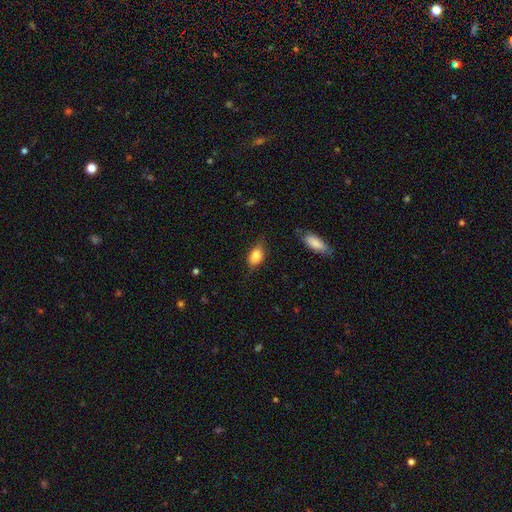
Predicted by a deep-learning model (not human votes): The model was most divided on "merging": none: 64%, minor disturbance: 27%, major disturbance: 7%, merger: 2%. More confident: how rounded — in between (84%); smooth or featured — smooth (81%).